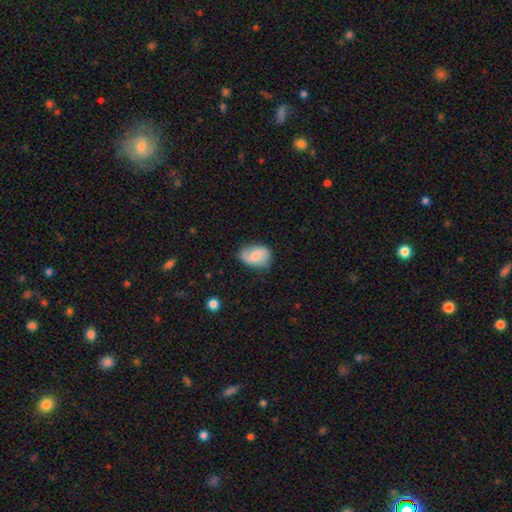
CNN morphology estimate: Smooth or featured: smooth — 58% (featured or disk — 35%)
How rounded: in between — 71% (round — 28%)
Merging: none — 68% (minor disturbance — 25%)